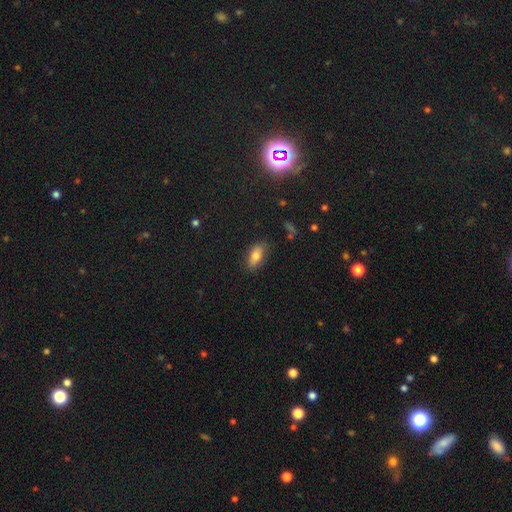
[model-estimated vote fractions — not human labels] The model was most divided on "merging": none: 79%, minor disturbance: 15%, major disturbance: 3%, merger: 2%. More confident: how rounded — in between (86%); smooth or featured — smooth (77%).